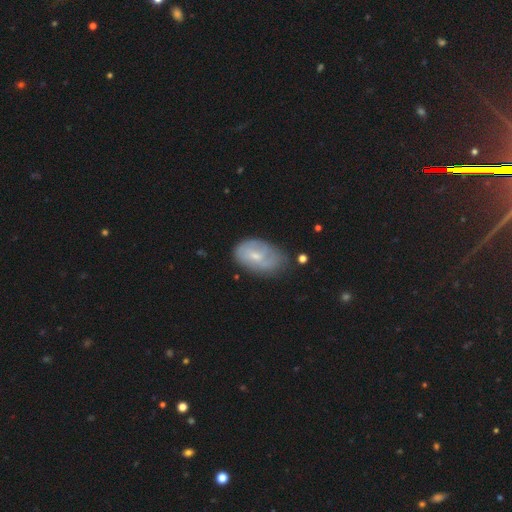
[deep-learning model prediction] This is possibly a featured or disk galaxy (50%). Merging: possibly none (51%).